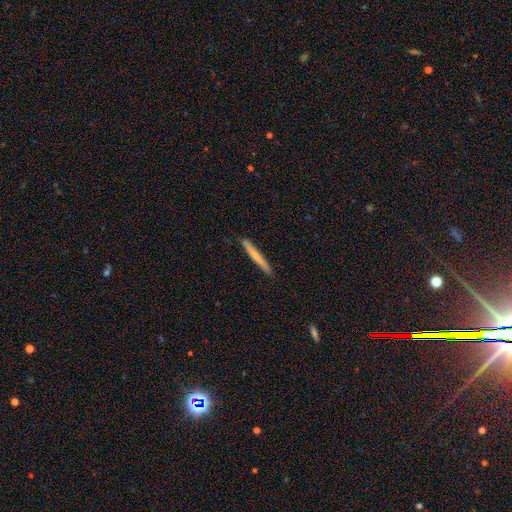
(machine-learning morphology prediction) smooth 60%, featured or disk 35%, star or artifact 6%. Down the decision tree: how rounded — cigar-shaped (97%); merging — none (90%).